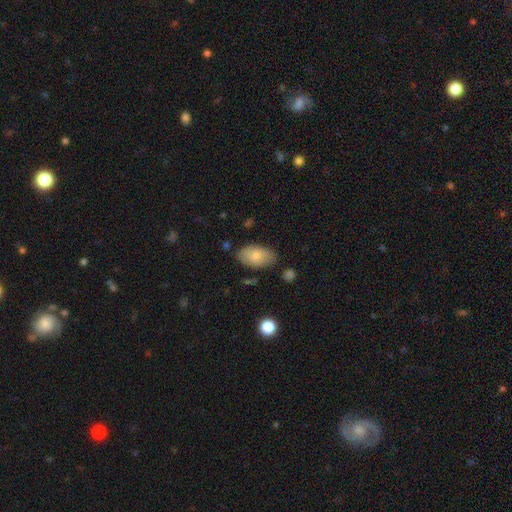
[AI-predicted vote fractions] A smooth galaxy with no disk features (79%) that is in between round and cigar-shaped (94%).

Vote fractions:
- Smooth or featured? smooth: 79% / featured or disk: 15% / star or artifact: 6%
- How rounded? in between: 94% / round: 5% / cigar-shaped: 2%
- Merging? none: 79% / minor disturbance: 16% / major disturbance: 3% / merger: 2%